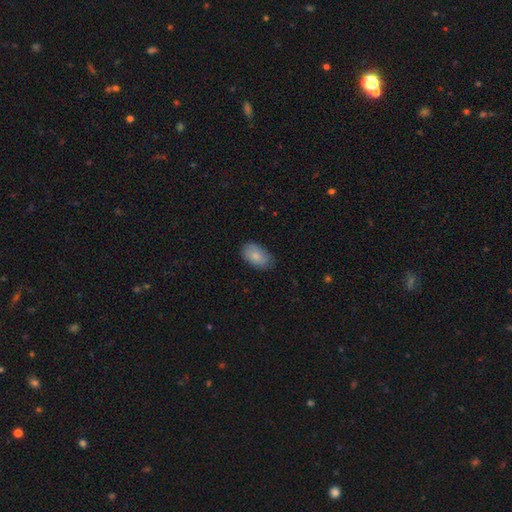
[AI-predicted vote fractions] This is clearly a smooth galaxy (83%). How rounded: clearly in between (94%). Merging: likely none (77%).